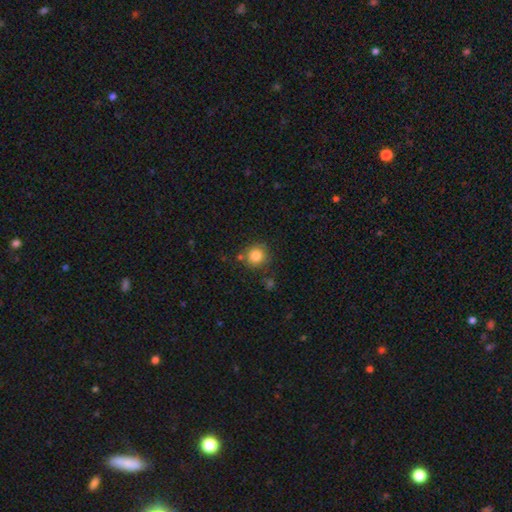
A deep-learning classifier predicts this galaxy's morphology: smooth 84%, star or artifact 10%, featured or disk 6%. Down the decision tree: how rounded — round (91%); merging — none (78%).